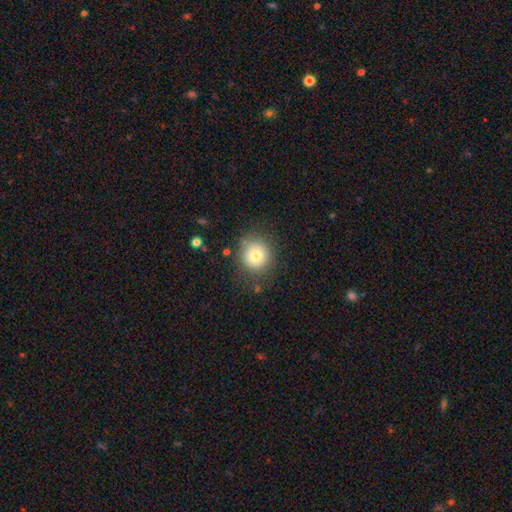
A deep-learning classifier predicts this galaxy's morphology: This appears to be a smooth galaxy with no disk features (77%) that is round (93%). Merging: none (81%).